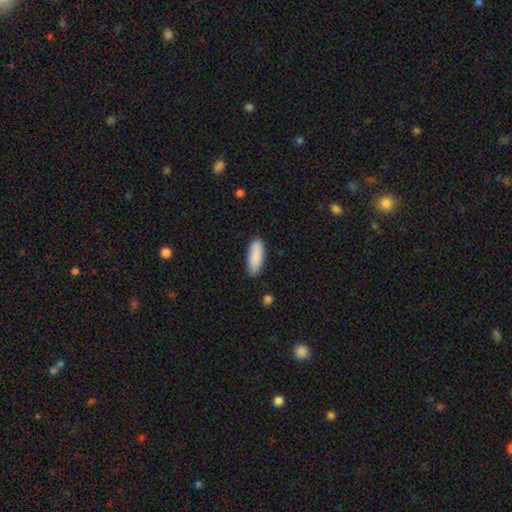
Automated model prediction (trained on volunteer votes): smooth_or_featured: smooth (p=0.89) [alt: star or artifact p=0.06]
how_rounded: in between (p=0.71) [alt: cigar-shaped p=0.27]
merging: none (p=0.85) [alt: minor disturbance p=0.11]